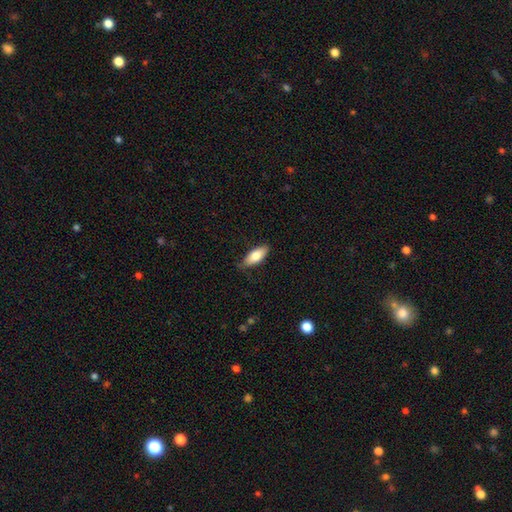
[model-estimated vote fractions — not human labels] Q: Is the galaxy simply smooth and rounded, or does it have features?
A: smooth — 78%.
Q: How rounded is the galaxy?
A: in between — 81%.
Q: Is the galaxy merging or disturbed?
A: none — 79%.